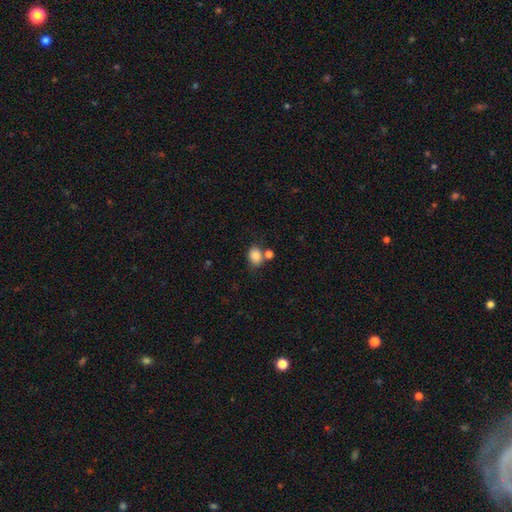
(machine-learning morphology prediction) Smooth or featured? smooth (85%)
How rounded? in between (60%)
Merging? none (58%)